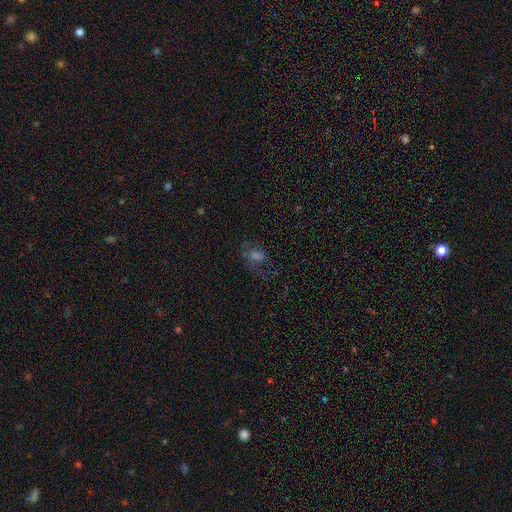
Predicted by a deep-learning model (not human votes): smooth-or-featured: smooth: 35% (tied) | featured or disk: 35% (tied) | star or artifact: 30%
  merging: none: 50% | major disturbance: 27% | minor disturbance: 19% | merger: 3%